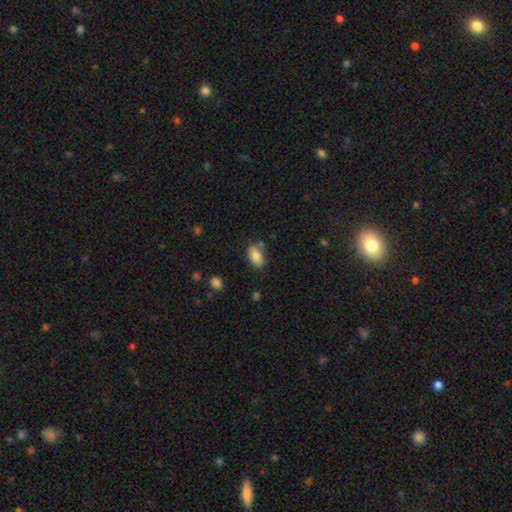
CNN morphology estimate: smooth_or_featured: smooth (p=0.82) [alt: featured or disk p=0.10]
how_rounded: in between (p=0.91) [alt: round p=0.06]
merging: none (p=0.75) [alt: minor disturbance p=0.15]